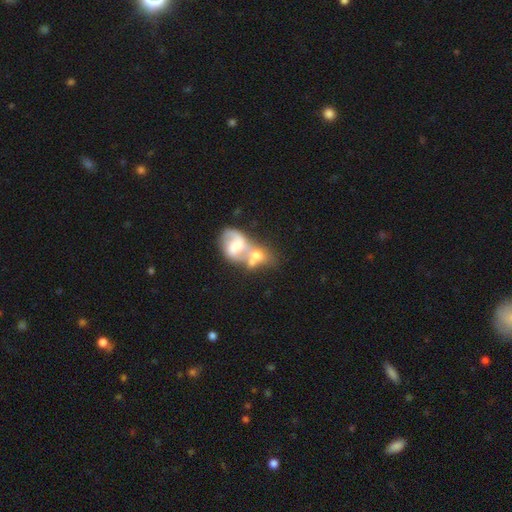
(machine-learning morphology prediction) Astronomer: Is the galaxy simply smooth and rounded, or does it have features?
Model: featured or disk — 50% (runner-up: smooth, 41%).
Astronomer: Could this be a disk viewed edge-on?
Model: no — 96%.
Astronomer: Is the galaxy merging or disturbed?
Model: merger — 69%.